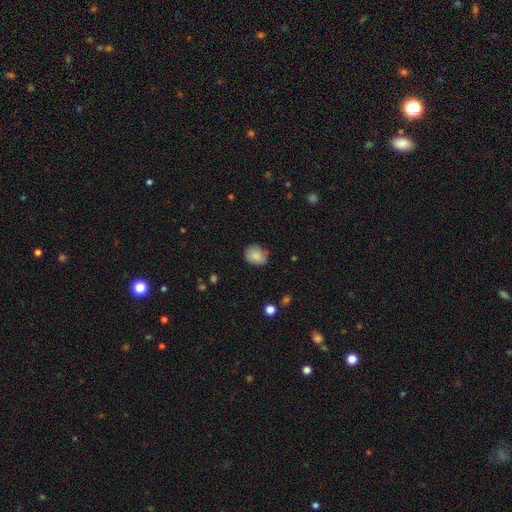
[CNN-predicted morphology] type=smooth (85%); roundness=round (51%); merging=none (75%).